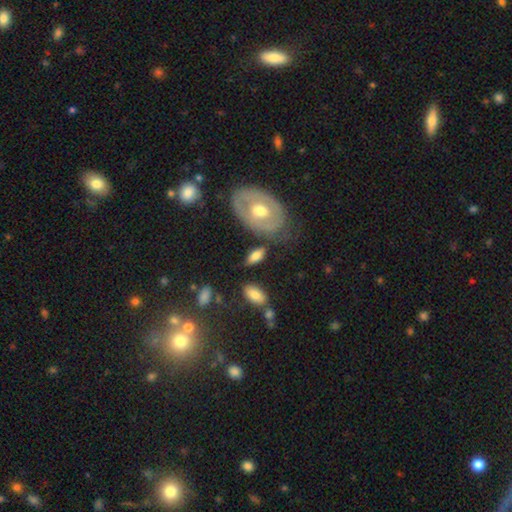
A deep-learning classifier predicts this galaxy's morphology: type=smooth (67%); roundness=in between (86%); merging=none (67%).